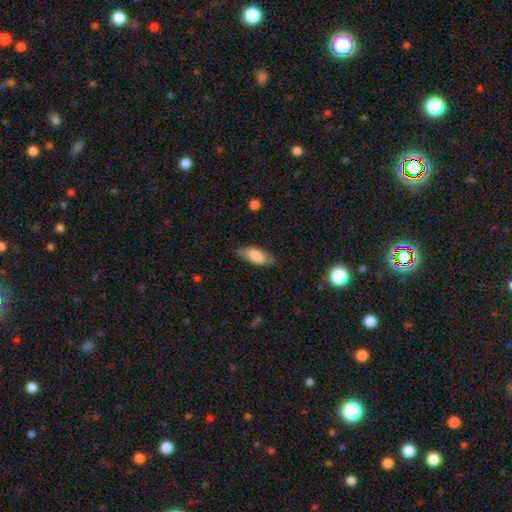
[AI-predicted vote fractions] Q: Smooth or featured?
A: smooth (80%); runner-up: featured or disk (14%)
Q: How rounded?
A: in between (82%); runner-up: cigar-shaped (16%)
Q: Merging?
A: none (79%); runner-up: minor disturbance (16%)